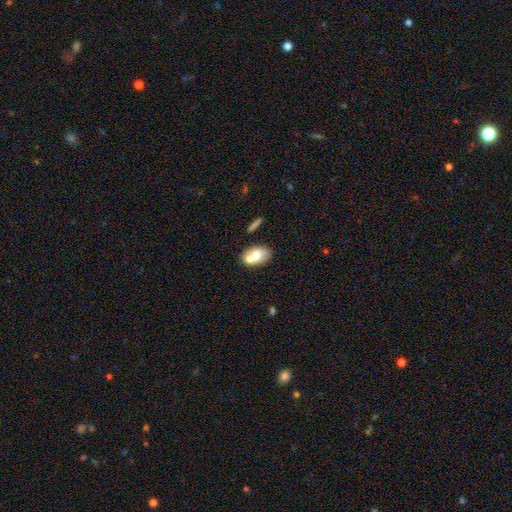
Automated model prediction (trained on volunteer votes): Q: Smooth or featured?
A: smooth (66%); runner-up: featured or disk (27%)
Q: How rounded?
A: in between (83%); runner-up: round (15%)
Q: Merging?
A: none (49%); runner-up: merger (35%)